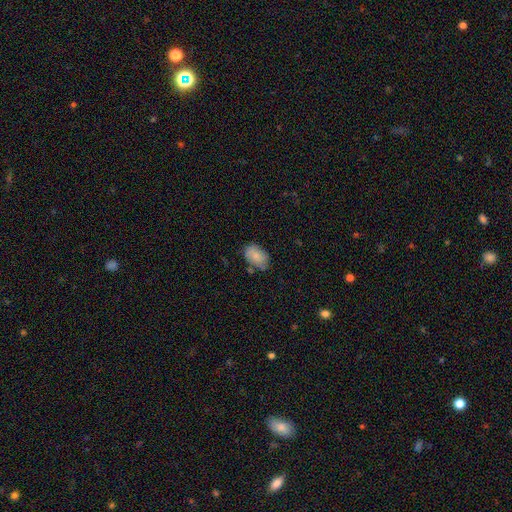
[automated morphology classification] Smooth or featured? Predicted: smooth (p=0.78). How rounded? Predicted: in between (p=0.90). Merging? Predicted: none (p=0.65).